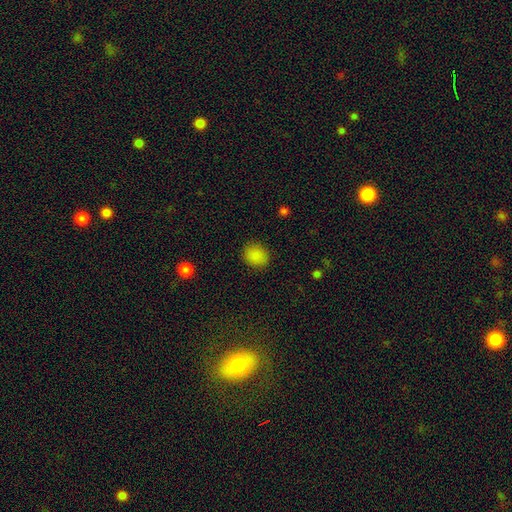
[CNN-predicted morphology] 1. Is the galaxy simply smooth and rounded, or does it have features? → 86% smooth, 10% star or artifact, 4% featured or disk.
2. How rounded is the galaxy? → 69% round, 30% in between, 1% cigar-shaped.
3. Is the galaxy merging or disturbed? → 88% none, 8% minor disturbance, 2% major disturbance, 1% merger.